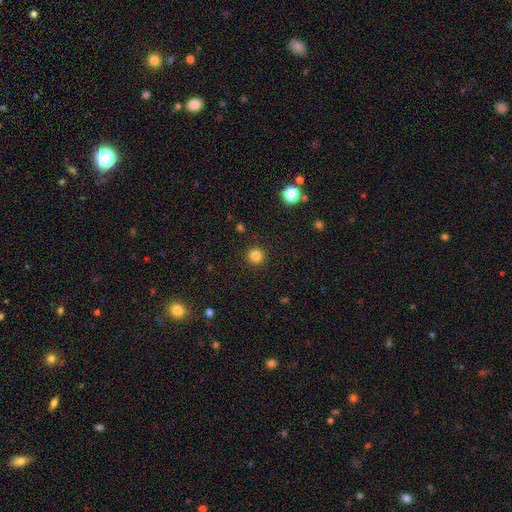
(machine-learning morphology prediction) Smooth or featured? Predicted: smooth (p=0.83). How rounded? Predicted: round (p=0.95). Merging? Predicted: none (p=0.92).